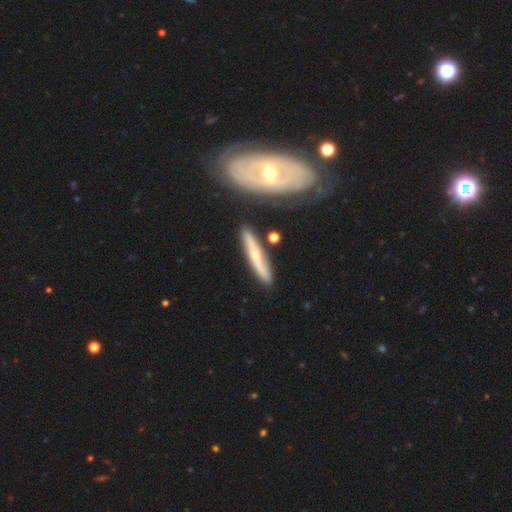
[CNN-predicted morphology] Smooth or featured? featured or disk (59%)
Edge-on disk? yes (77%)
Merging? none (80%)